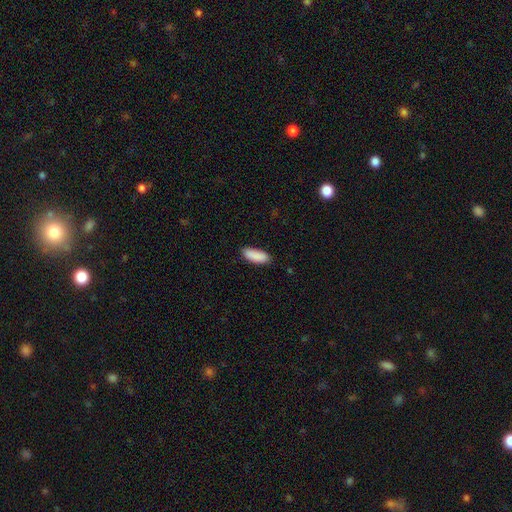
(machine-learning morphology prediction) A smooth galaxy with no disk features (90%) that is in between round and cigar-shaped (73%).

Vote fractions:
- Smooth or featured? smooth: 90% / star or artifact: 6% / featured or disk: 4%
- How rounded? in between: 73% / cigar-shaped: 25% / round: 2%
- Merging? none: 84% / minor disturbance: 13% / major disturbance: 2% / merger: 1%